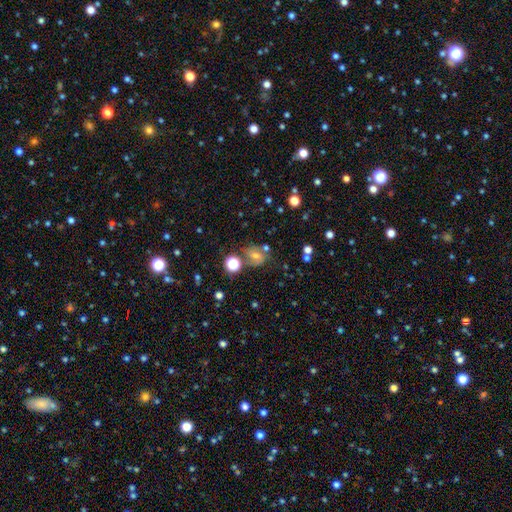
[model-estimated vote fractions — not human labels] Smooth or featured? smooth (38%)
Merging? none (65%)